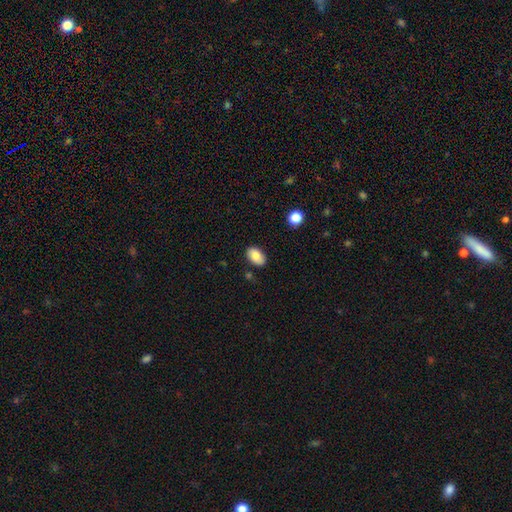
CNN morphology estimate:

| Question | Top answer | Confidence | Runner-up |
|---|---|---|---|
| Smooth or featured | smooth | 81% | featured or disk (12%) |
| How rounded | in between | 91% | round (8%) |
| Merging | none | 84% | minor disturbance (12%) |